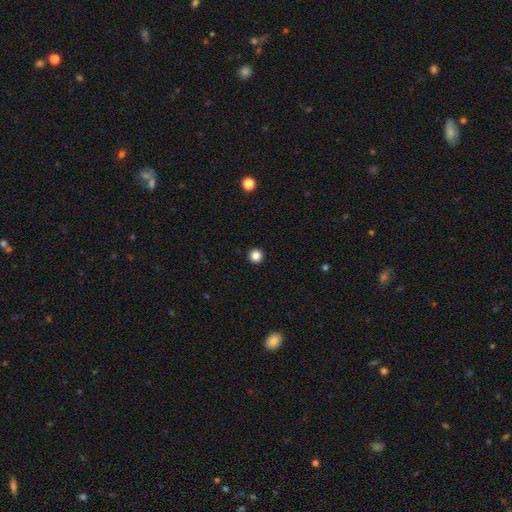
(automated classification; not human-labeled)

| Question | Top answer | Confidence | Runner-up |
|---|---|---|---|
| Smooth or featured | smooth | 85% | star or artifact (11%) |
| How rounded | round | 97% | in between (2%) |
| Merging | none | 94% | minor disturbance (3%) |